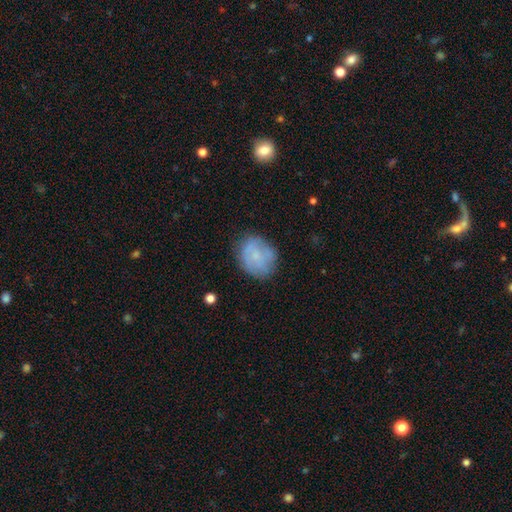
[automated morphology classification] Smooth or featured? Predicted: smooth (p=0.56). How rounded? Predicted: round (p=0.58). Merging? Predicted: none (p=0.68).